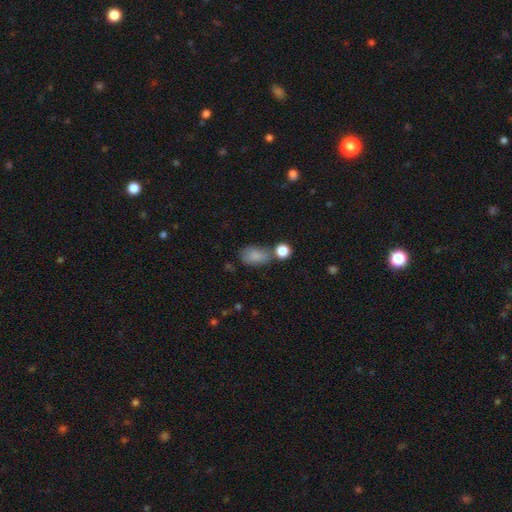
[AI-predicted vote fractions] Smooth or featured: smooth — 82% (star or artifact — 9%)
How rounded: in between — 87% (round — 11%)
Merging: none — 50% (minor disturbance — 23%)